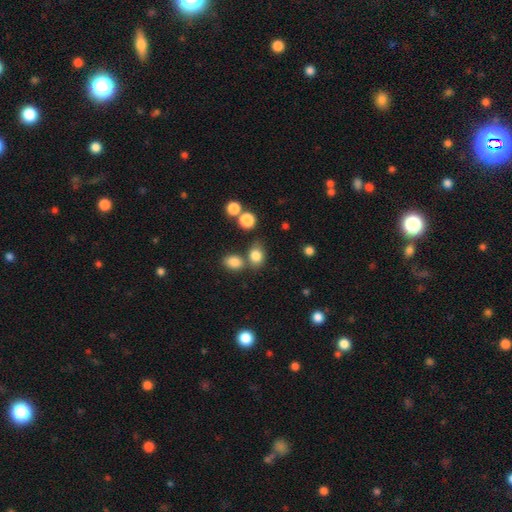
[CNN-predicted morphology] Q: Smooth or featured?
A: smooth (82%); runner-up: star or artifact (11%)
Q: How rounded?
A: in between (59%); runner-up: round (39%)
Q: Merging?
A: none (60%); runner-up: merger (21%)